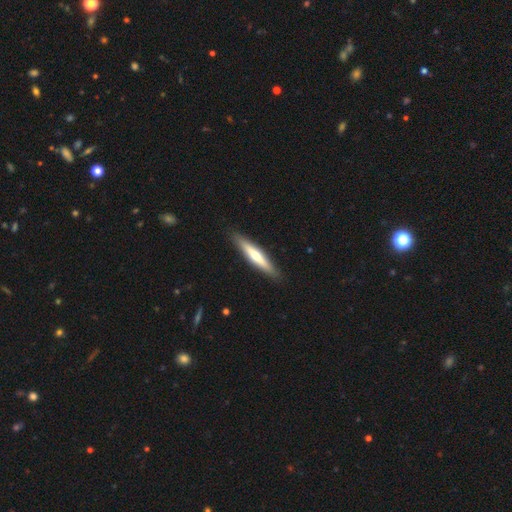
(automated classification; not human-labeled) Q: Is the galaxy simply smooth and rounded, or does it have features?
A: smooth — 49%.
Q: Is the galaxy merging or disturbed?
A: none — 90%.